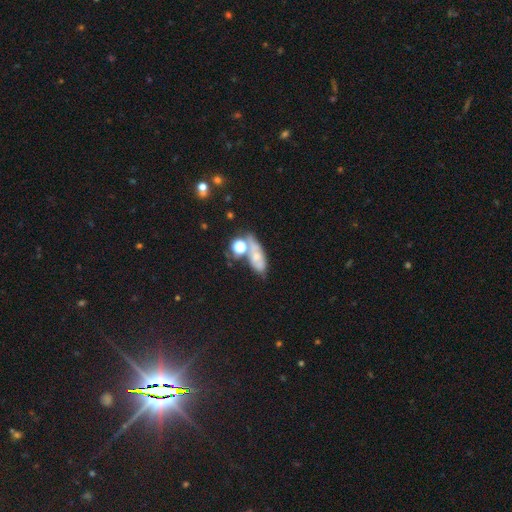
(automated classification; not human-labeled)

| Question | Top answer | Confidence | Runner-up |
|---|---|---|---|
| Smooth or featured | smooth | 49% | featured or disk (30%) |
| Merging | none | 39% | merger (27%) |